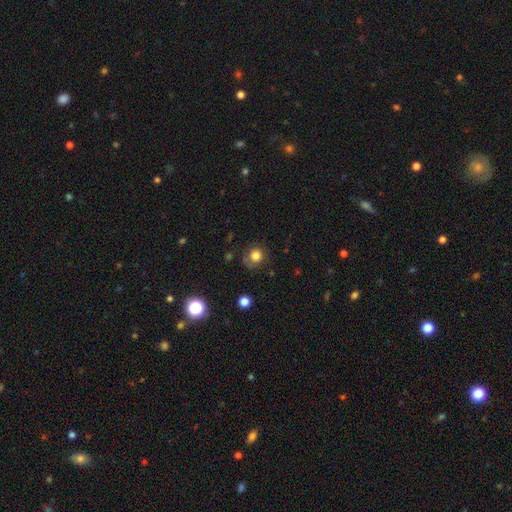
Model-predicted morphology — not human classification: Smooth or featured: smooth — 80% (star or artifact — 13%)
How rounded: round — 86% (in between — 13%)
Merging: none — 73% (minor disturbance — 18%)